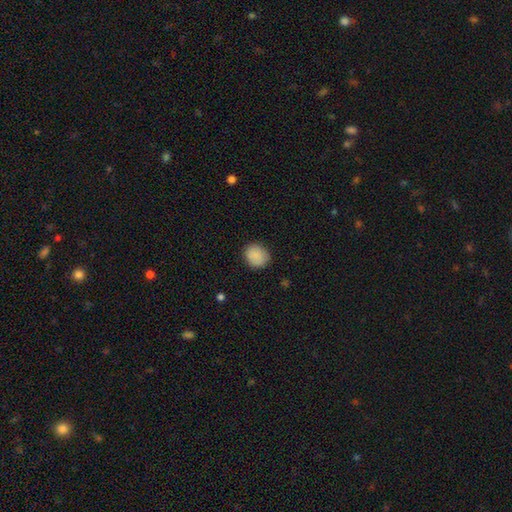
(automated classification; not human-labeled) Smooth or featured: smooth — 88% (star or artifact — 8%)
How rounded: round — 75% (in between — 24%)
Merging: none — 86% (minor disturbance — 10%)